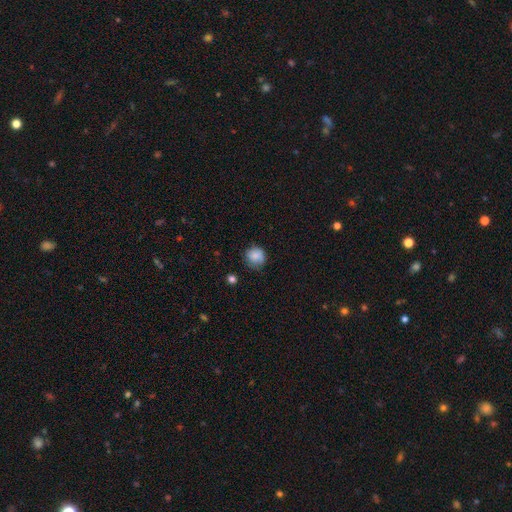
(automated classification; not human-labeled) Smooth or featured? Predicted: smooth (p=0.83). How rounded? Predicted: round (p=0.87). Merging? Predicted: none (p=0.71).